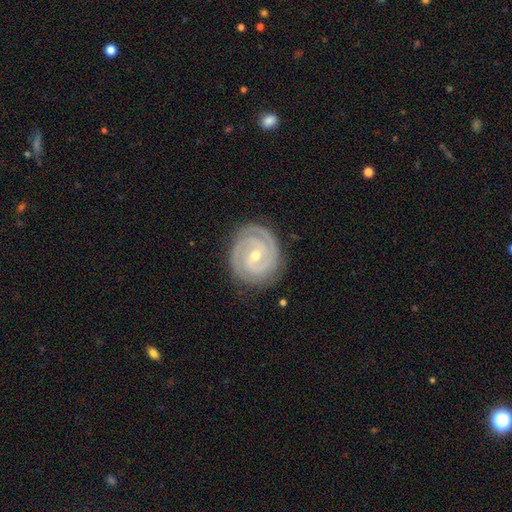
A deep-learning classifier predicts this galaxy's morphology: type=featured or disk (91%); edge-on=no (97%); bar=weak (41%); spiral arms=yes (98%); winding=tight (80%); arm count=2 (67%); bulge=small (51%); merging=none (85%).